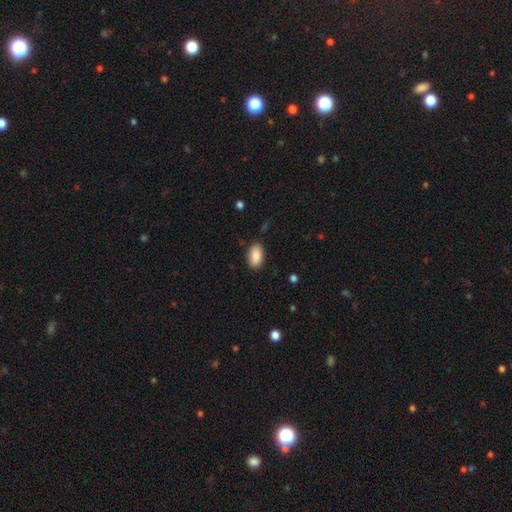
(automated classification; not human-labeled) Smooth or featured? smooth (88%)
How rounded? in between (94%)
Merging? none (86%)